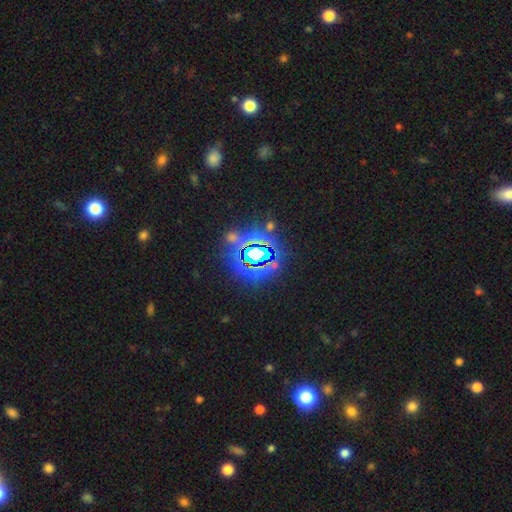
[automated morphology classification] Smooth or featured? Predicted: star or artifact (p=0.78).